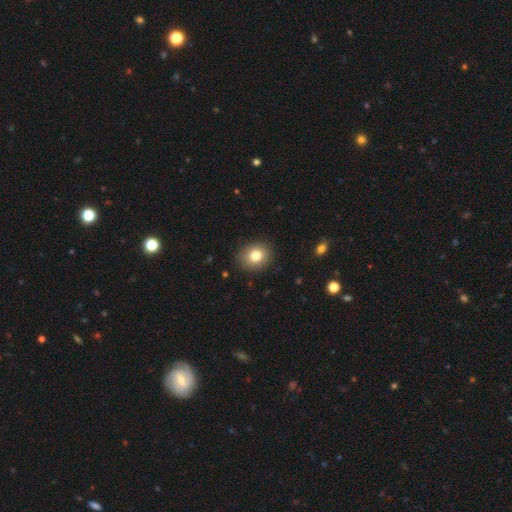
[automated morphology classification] A smooth galaxy with no disk features (81%) that is round (65%). Merging: none (88%).